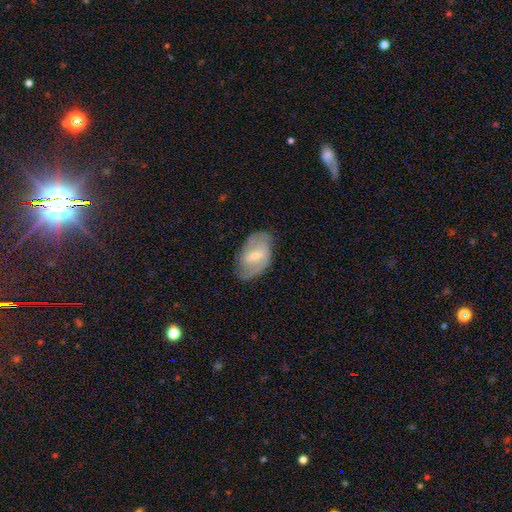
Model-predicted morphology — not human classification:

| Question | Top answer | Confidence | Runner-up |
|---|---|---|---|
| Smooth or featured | featured or disk | 62% | smooth (31%) |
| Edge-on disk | no | 95% | yes (5%) |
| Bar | weak | 55% | strong (27%) |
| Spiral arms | yes | 77% | no (23%) |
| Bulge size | small | 49% | moderate (45%) |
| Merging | none | 71% | minor disturbance (21%) |